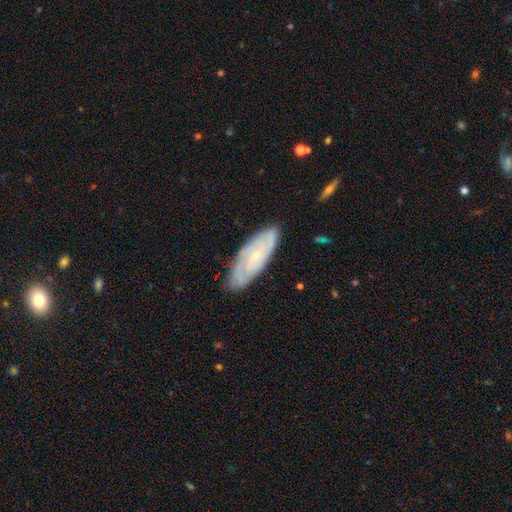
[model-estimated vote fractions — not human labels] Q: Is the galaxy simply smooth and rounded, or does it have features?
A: featured or disk — 70%.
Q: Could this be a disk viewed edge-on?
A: no — 88%.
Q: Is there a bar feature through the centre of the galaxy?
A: no — 73%.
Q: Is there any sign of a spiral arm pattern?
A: yes — 91%.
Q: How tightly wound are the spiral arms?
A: tight — 65%.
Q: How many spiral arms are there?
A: can't tell — 42%.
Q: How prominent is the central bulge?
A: small — 79%.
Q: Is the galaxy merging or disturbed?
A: none — 81%.